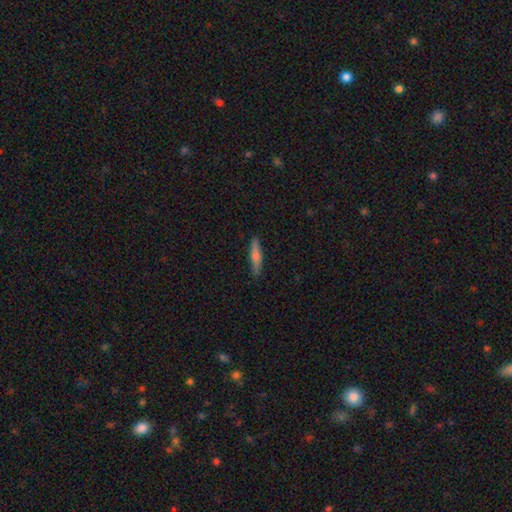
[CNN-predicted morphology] featured or disk 50%, smooth 43%, star or artifact 7%. Down the decision tree: merging — none (90%).